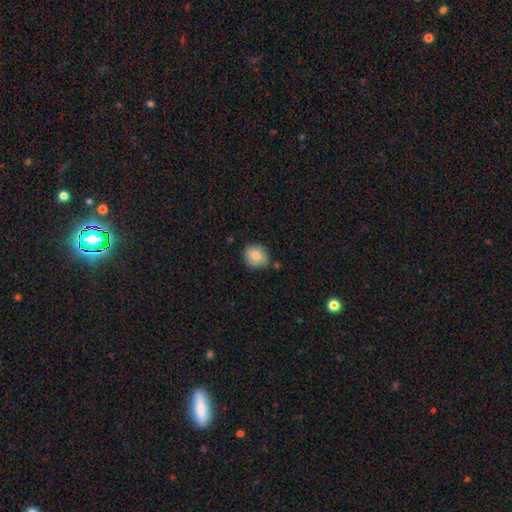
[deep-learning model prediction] A smooth galaxy with no disk features (83%) that is round (65%).

Vote fractions:
- Smooth or featured? smooth: 83% / featured or disk: 9% / star or artifact: 8%
- How rounded? round: 65% / in between: 34% / cigar-shaped: 1%
- Merging? none: 71% / minor disturbance: 22% / merger: 4% / major disturbance: 3%